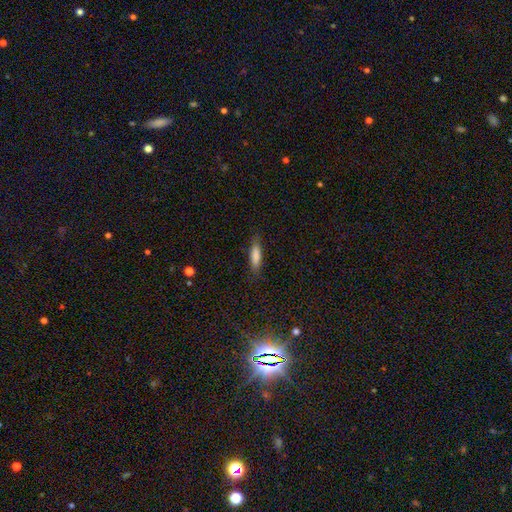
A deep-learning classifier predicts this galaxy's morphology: type=smooth (84%); roundness=cigar-shaped (60%); merging=none (82%).